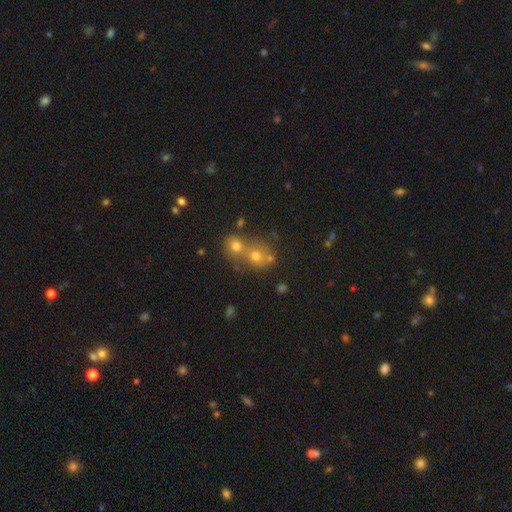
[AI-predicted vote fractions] Morphology: type=smooth (56%); roundness=round (80%); merging=merger (50%).